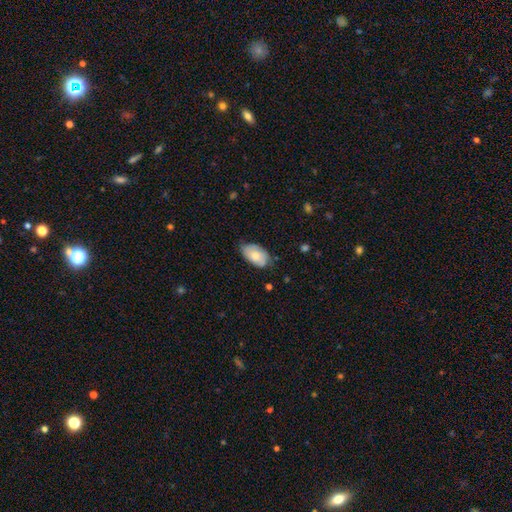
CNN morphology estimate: Overall: smooth (71%). How rounded: in between (93%). Merging: none (57%; minor disturbance 35%).